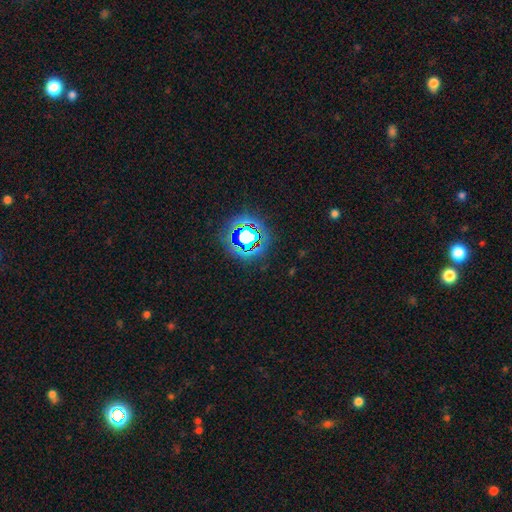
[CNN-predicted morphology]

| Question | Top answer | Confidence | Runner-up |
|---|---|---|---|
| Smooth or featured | star or artifact | 80% | smooth (12%) |